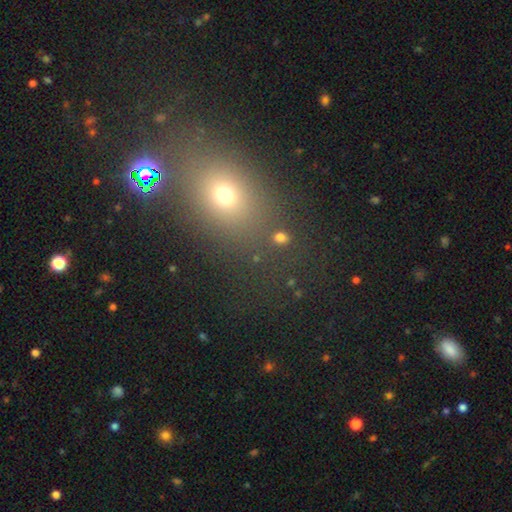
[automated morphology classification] smooth 56%, star or artifact 33%, featured or disk 11%. Down the decision tree: how rounded — in between (55%); merging — none (79%).